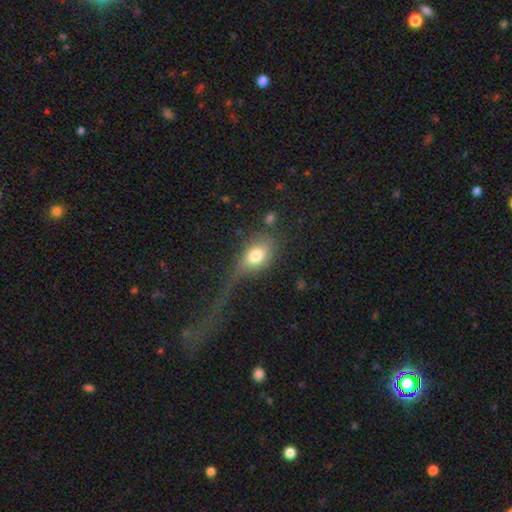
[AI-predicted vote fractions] Smooth or featured?
  - smooth: 74% *
  - featured or disk: 17%
  - star or artifact: 9%
How rounded?
  - in between: 79% *
  - round: 16%
  - cigar-shaped: 5%
Merging?
  - major disturbance: 42% *
  - none: 31%
  - minor disturbance: 19%
  - merger: 8%